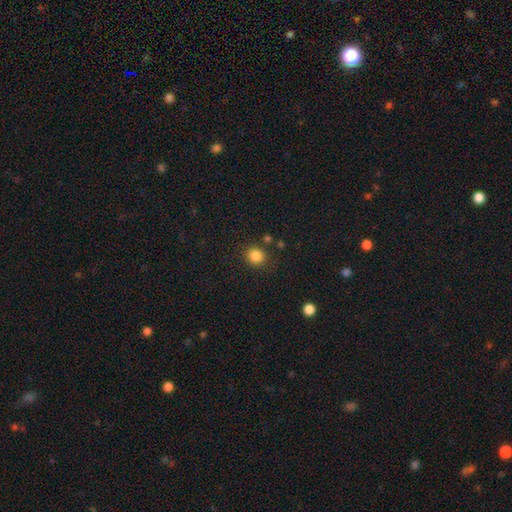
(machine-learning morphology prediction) type=smooth (85%); roundness=round (86%); merging=none (85%).